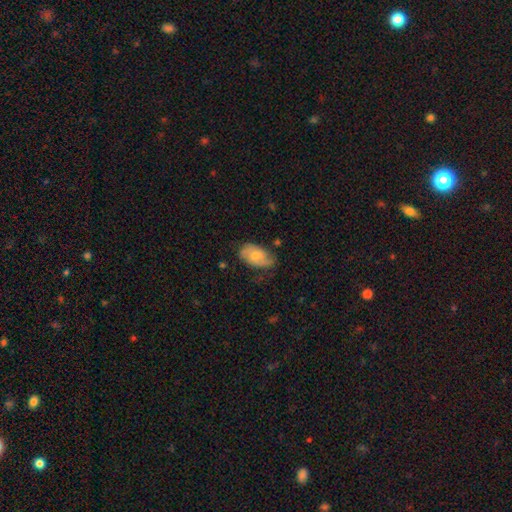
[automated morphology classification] Smooth or featured? Predicted: smooth (p=0.61). How rounded? Predicted: in between (p=0.92). Merging? Predicted: none (p=0.55).